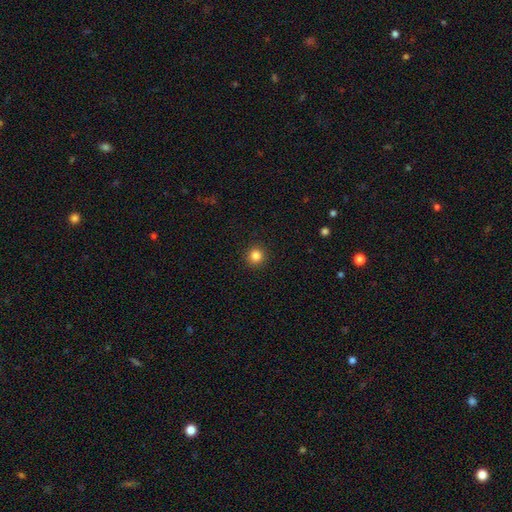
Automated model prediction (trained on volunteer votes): Smooth or featured: smooth — 84% (star or artifact — 12%)
How rounded: round — 94% (in between — 5%)
Merging: none — 93% (minor disturbance — 5%)